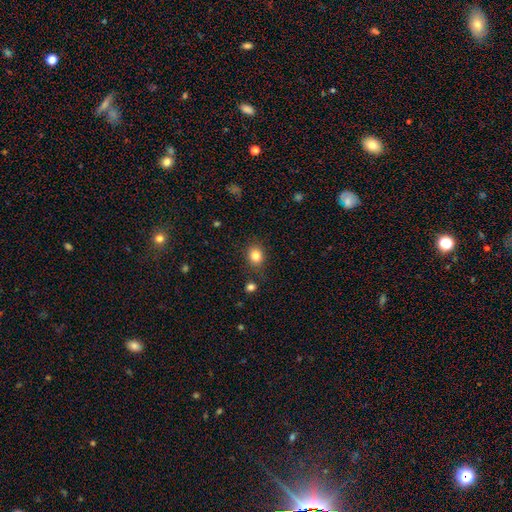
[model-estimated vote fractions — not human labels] Smooth or featured?
  - smooth: 82% *
  - star or artifact: 11%
  - featured or disk: 6%
How rounded?
  - round: 61% *
  - in between: 38%
  - cigar-shaped: 1%
Merging?
  - none: 83% *
  - minor disturbance: 12%
  - major disturbance: 3%
  - merger: 3%